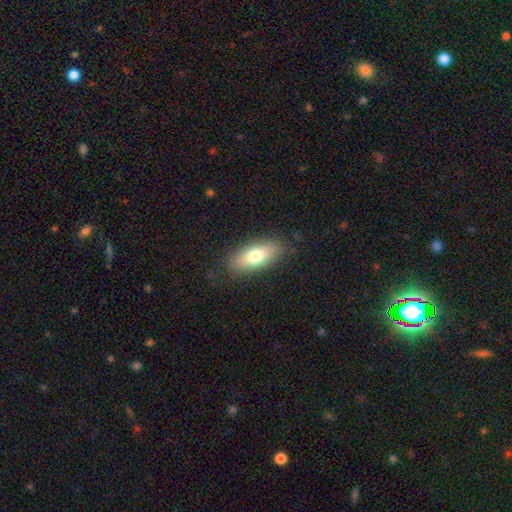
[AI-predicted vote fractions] Overall: smooth (75%). How rounded: in between (79%). Merging: none (85%).